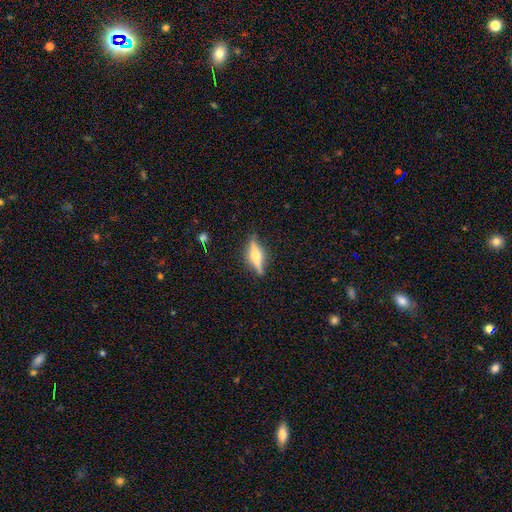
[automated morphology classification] type=featured or disk (68%); edge-on=yes (95%); edge-on bulge=rounded (92%); merging=none (84%).